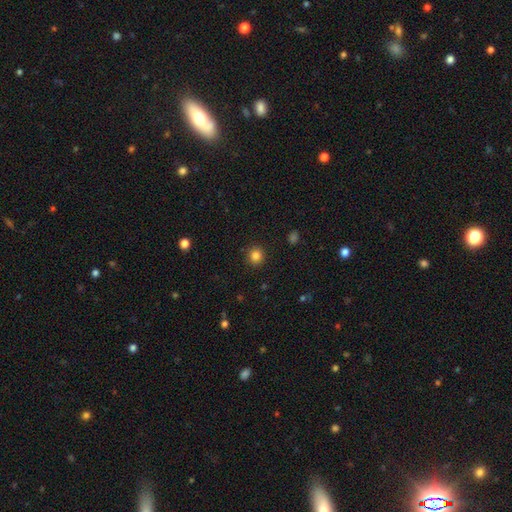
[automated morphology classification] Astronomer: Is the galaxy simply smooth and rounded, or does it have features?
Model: smooth — 84%.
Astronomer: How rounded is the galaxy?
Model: round — 91%.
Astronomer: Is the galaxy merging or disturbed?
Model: none — 91%.